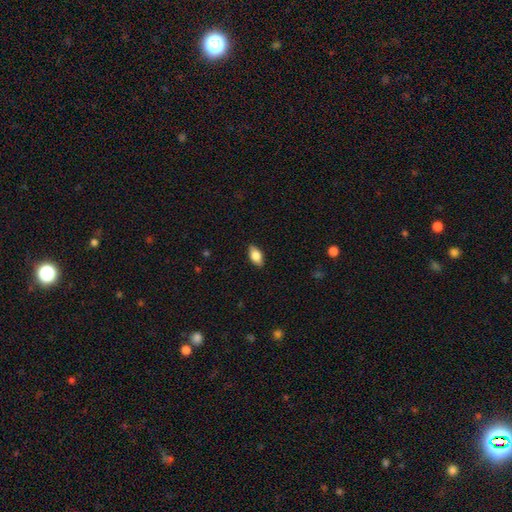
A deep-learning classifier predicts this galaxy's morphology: Smooth or featured?
  - smooth: 80% *
  - featured or disk: 13%
  - star or artifact: 7%
How rounded?
  - in between: 90% *
  - cigar-shaped: 5%
  - round: 5%
Merging?
  - none: 87% *
  - minor disturbance: 10%
  - major disturbance: 2%
  - merger: 1%